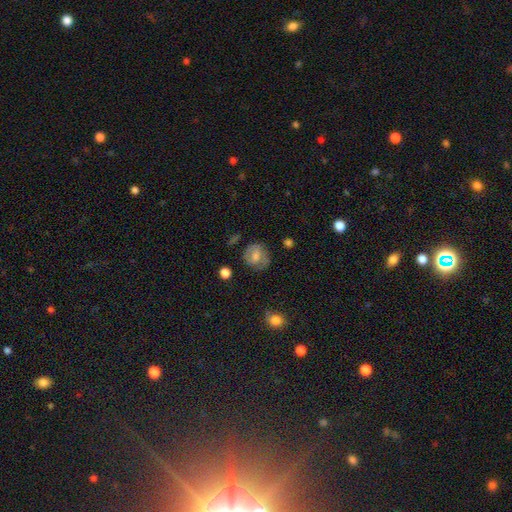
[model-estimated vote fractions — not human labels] Smooth or featured? Predicted: smooth (p=0.61). How rounded? Predicted: round (p=0.68). Merging? Predicted: none (p=0.67).